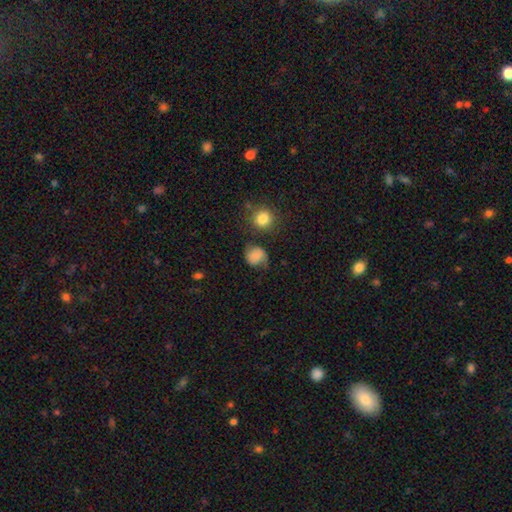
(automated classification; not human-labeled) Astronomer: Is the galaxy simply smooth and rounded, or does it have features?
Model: smooth — 70%.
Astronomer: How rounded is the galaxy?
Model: round — 79%.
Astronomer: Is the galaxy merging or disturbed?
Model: none — 54%.